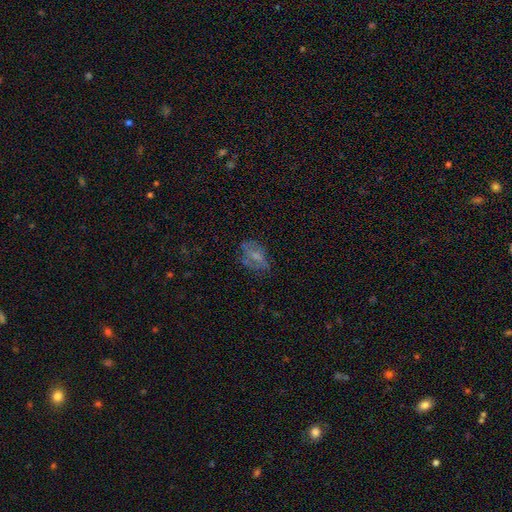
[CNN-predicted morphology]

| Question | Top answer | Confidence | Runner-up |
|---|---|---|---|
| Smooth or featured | smooth | 47% | featured or disk (35%) |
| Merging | none | 56% | minor disturbance (23%) |